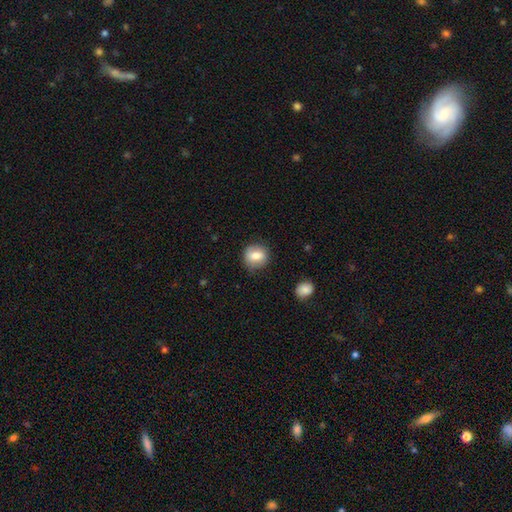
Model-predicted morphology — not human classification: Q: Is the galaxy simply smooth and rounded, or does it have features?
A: smooth — 76%.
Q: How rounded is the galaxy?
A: round — 80%.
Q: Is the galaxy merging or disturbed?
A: none — 82%.